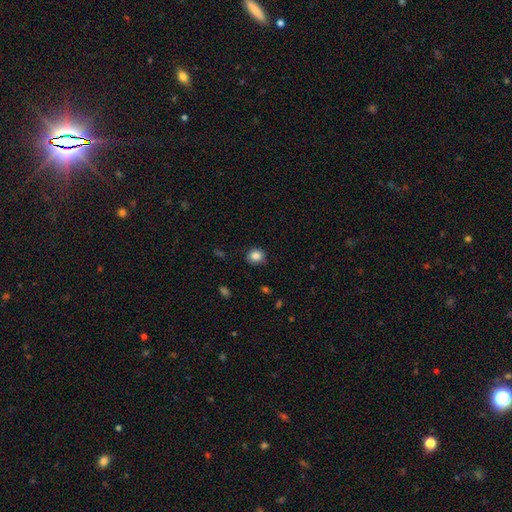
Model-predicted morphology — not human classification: Smooth or featured?
  - smooth: 86% *
  - star or artifact: 10%
  - featured or disk: 4%
How rounded?
  - round: 79% *
  - in between: 20%
  - cigar-shaped: 1%
Merging?
  - none: 84% *
  - minor disturbance: 12%
  - major disturbance: 3%
  - merger: 1%